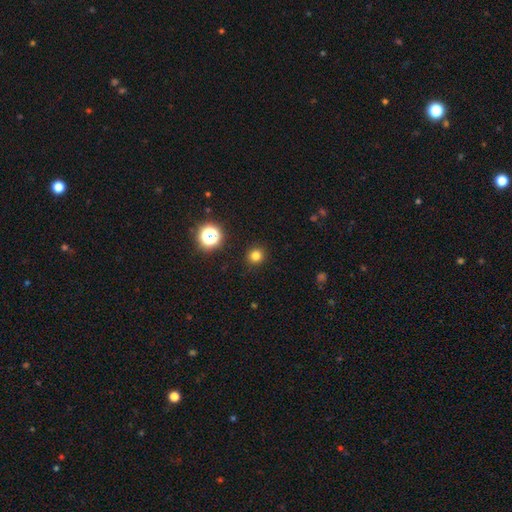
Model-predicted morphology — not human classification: The model was most divided on "smooth or featured": smooth: 79%, star or artifact: 16%, featured or disk: 5%. More confident: how rounded — round (92%); merging — none (92%).